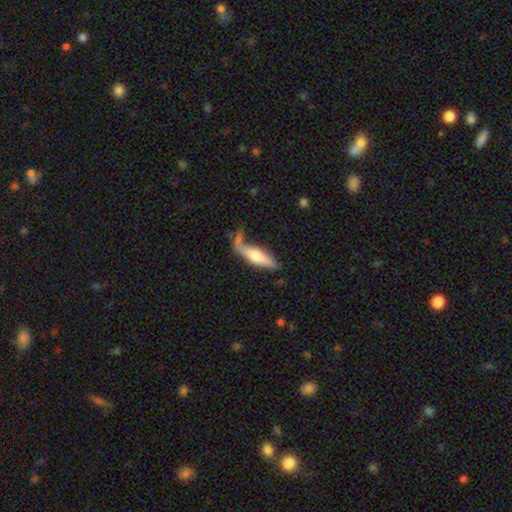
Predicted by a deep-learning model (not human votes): Smooth or featured? smooth (57%)
How rounded? cigar-shaped (66%)
Merging? none (47%)